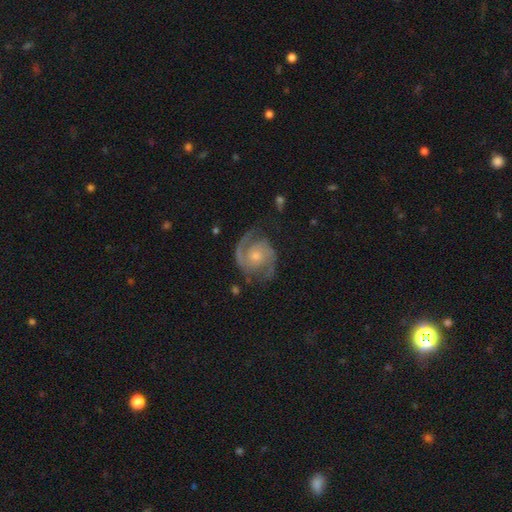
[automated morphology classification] Smooth or featured? Predicted: featured or disk (p=0.90). Edge-on disk? Predicted: no (p=0.98). Bar? Predicted: no (p=0.70). Spiral arms? Predicted: yes (p=0.98). Spiral winding? Predicted: medium (p=0.49). Spiral arm count? Predicted: 2 (p=0.86). Bulge size? Predicted: small (p=0.51). Merging? Predicted: none (p=0.72).